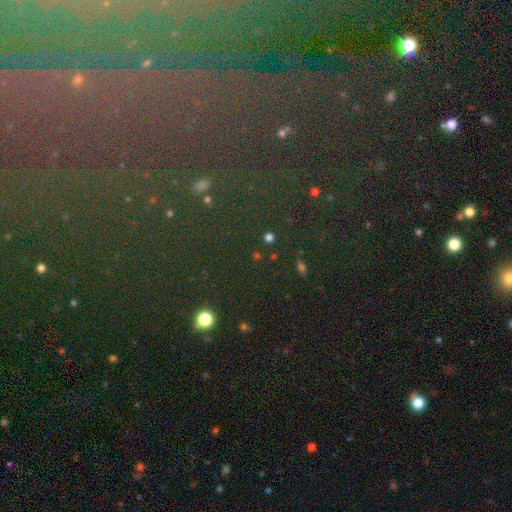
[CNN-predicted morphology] Smooth or featured?
  - star or artifact: 72% *
  - smooth: 15%
  - featured or disk: 13%